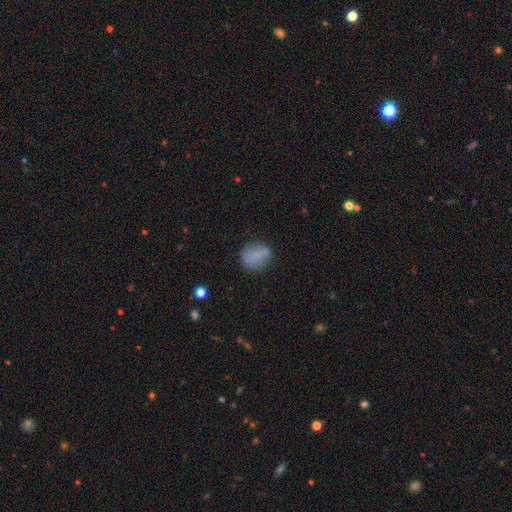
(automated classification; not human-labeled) Smooth or featured: smooth — 76% (featured or disk — 14%)
How rounded: round — 57% (in between — 40%)
Merging: none — 72% (minor disturbance — 18%)